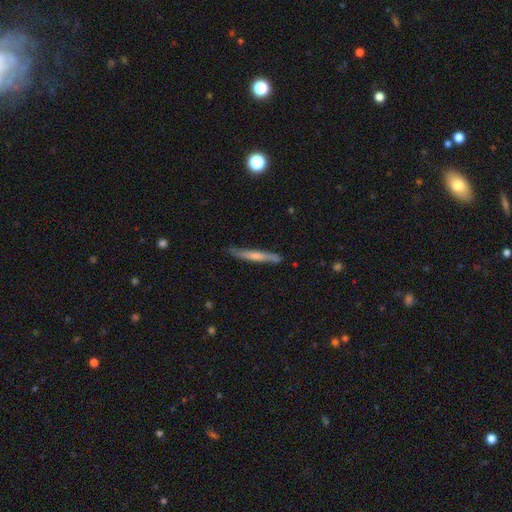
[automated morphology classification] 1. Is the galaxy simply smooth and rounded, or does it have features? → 58% featured or disk, 31% smooth, 11% star or artifact.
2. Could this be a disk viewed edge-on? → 93% yes, 7% no.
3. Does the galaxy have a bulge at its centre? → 69% rounded, 23% none, 8% boxy.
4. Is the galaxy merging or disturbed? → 85% none, 10% minor disturbance, 2% major disturbance, 2% merger.